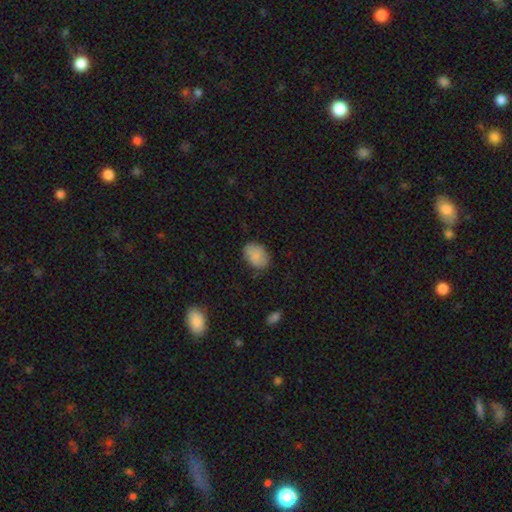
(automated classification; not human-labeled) smooth_or_featured: smooth (p=0.84) [alt: star or artifact p=0.08]
how_rounded: in between (p=0.75) [alt: round p=0.24]
merging: none (p=0.76) [alt: minor disturbance p=0.19]